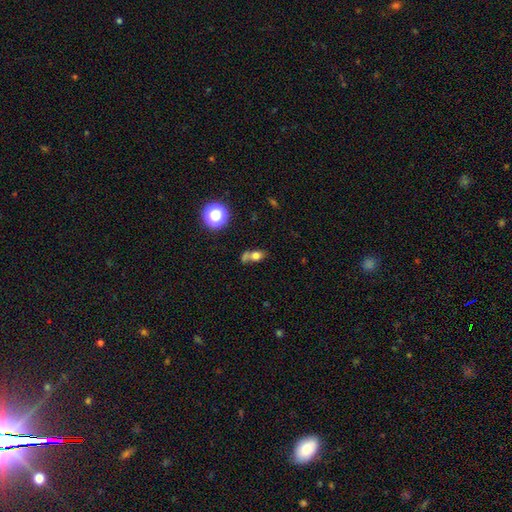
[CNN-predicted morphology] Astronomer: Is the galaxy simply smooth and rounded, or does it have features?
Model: smooth — 70%.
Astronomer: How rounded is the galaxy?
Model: in between — 57% (runner-up: round, 38%).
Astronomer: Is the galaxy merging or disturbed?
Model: merger — 40% (runner-up: none, 36%).